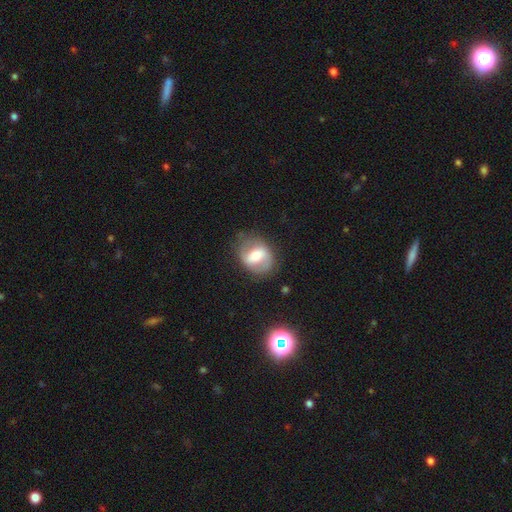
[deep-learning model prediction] Q: Smooth or featured?
A: featured or disk (57%); runner-up: smooth (36%)
Q: Edge-on disk?
A: no (95%); runner-up: yes (5%)
Q: Bar?
A: strong (42%); runner-up: weak (39%)
Q: Spiral arms?
A: yes (60%); runner-up: no (40%)
Q: Bulge size?
A: moderate (63%); runner-up: small (19%)
Q: Merging?
A: none (71%); runner-up: minor disturbance (18%)